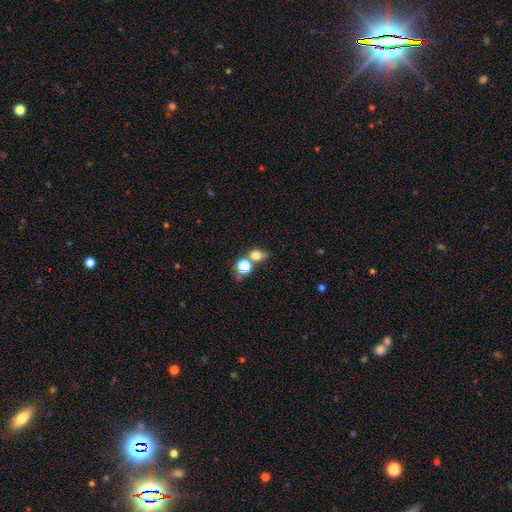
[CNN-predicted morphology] This appears to be a smooth galaxy with no disk features (72%) that is in between round and cigar-shaped (51%). Merging: none (49%).